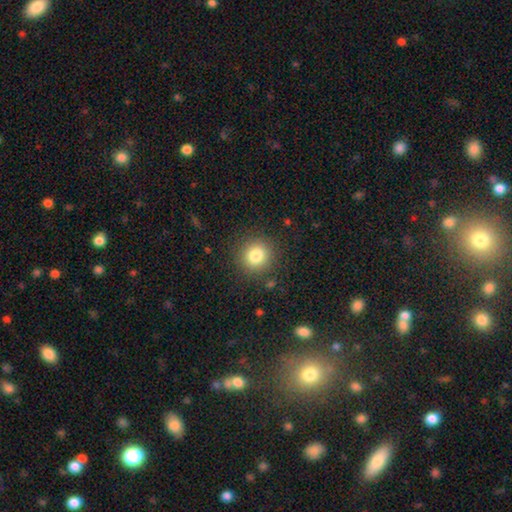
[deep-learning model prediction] smooth_or_featured: smooth (p=0.82) [alt: star or artifact p=0.12]
how_rounded: round (p=0.91) [alt: in between p=0.08]
merging: none (p=0.88) [alt: minor disturbance p=0.07]